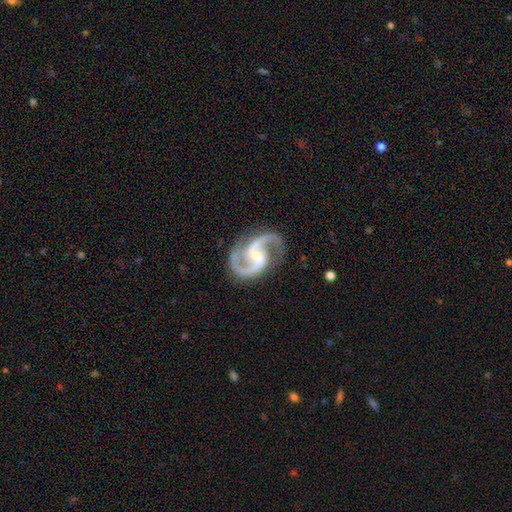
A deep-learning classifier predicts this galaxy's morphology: This is clearly a featured or disk galaxy (94%). It is clearly not viewed edge-on (98%). Bar: marginally weak (44%). Spiral arm pattern: clearly yes (99%). Spiral arm count: clearly 2 (94%). Spiral winding: likely medium (67%). Central bulge: possibly small (59%). Merging: clearly none (84%).